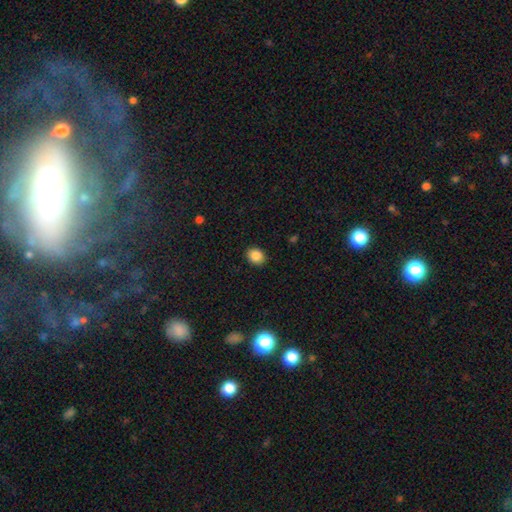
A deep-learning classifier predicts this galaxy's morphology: This appears to be a smooth galaxy with no disk features (86%) that is round (55%). Merging: none (89%).